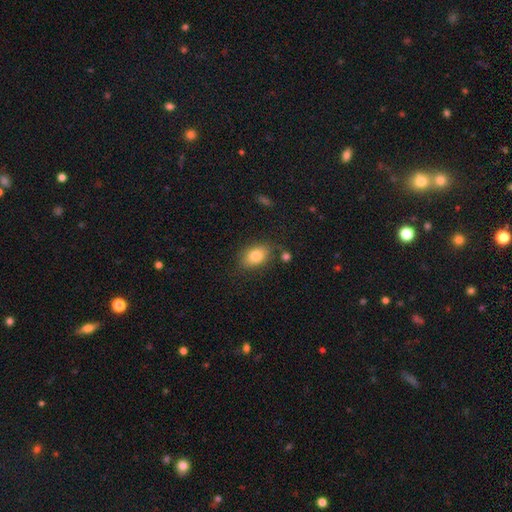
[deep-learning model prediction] Smooth or featured? smooth (82%)
How rounded? in between (85%)
Merging? none (75%)